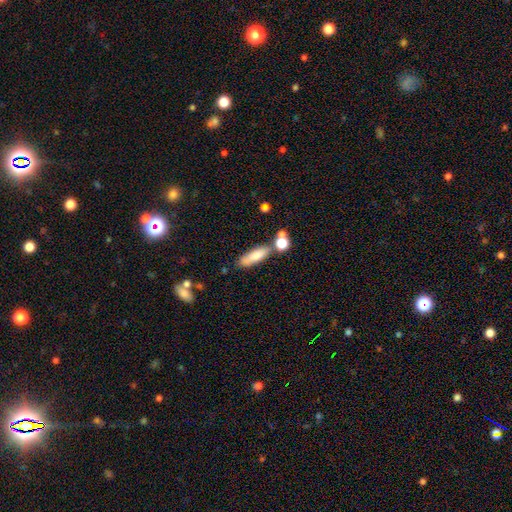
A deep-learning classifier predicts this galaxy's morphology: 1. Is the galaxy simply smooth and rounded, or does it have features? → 75% smooth, 17% featured or disk, 9% star or artifact.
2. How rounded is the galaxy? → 53% cigar-shaped, 44% in between, 3% round.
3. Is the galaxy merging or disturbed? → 60% none, 18% merger, 16% minor disturbance, 6% major disturbance.